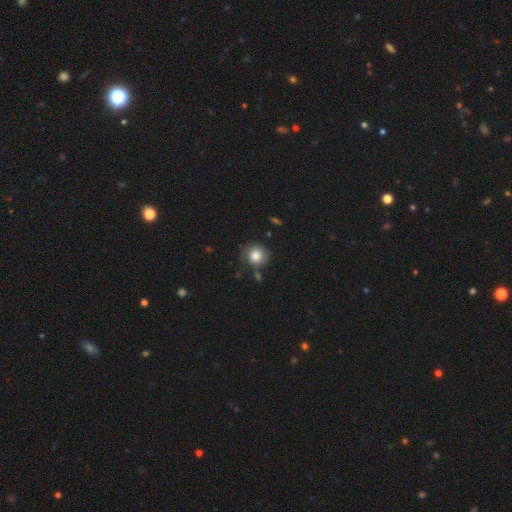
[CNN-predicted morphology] This appears to be a smooth galaxy with no disk features (78%) that is round (85%). Merging: none (63%).